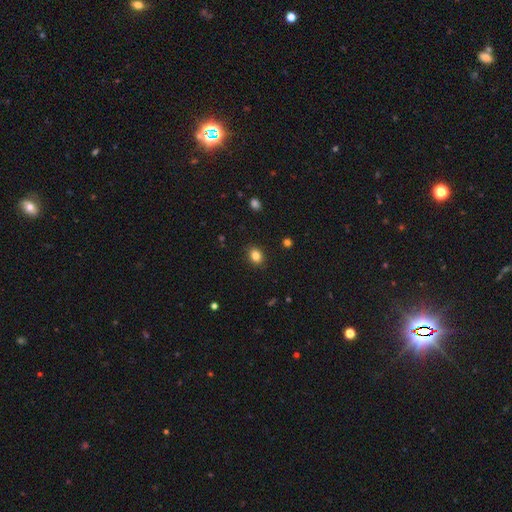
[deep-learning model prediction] Smooth or featured?
  - smooth: 84% *
  - star or artifact: 11%
  - featured or disk: 5%
How rounded?
  - in between: 52% *
  - round: 47%
  - cigar-shaped: 1%
Merging?
  - none: 89% *
  - minor disturbance: 8%
  - major disturbance: 2%
  - merger: 1%